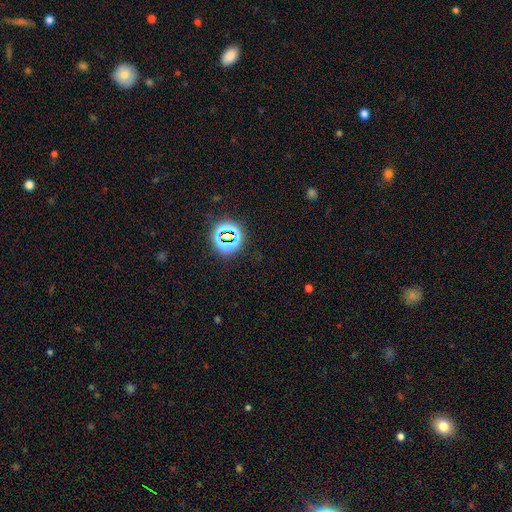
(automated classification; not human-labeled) A star or artifact, not a galaxy (76%).